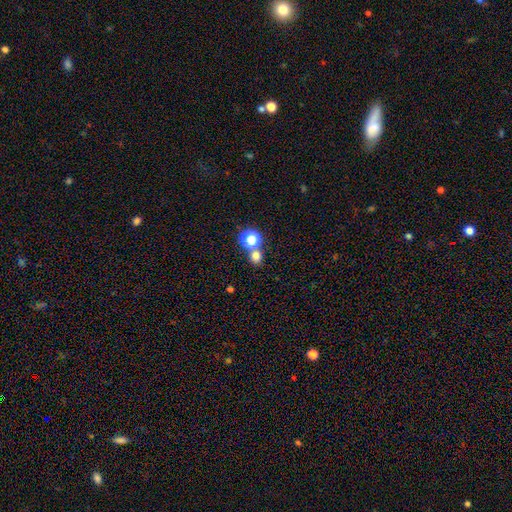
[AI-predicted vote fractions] smooth_or_featured: smooth (p=0.72) [alt: star or artifact p=0.22]
how_rounded: round (p=0.85) [alt: in between p=0.14]
merging: none (p=0.63) [alt: merger p=0.28]